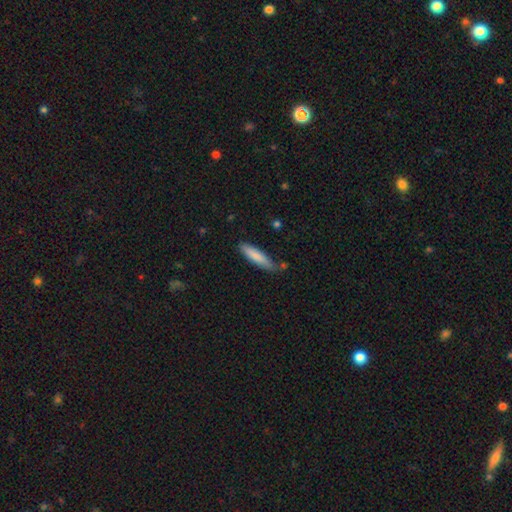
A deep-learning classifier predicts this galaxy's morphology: Smooth or featured? smooth (81%)
How rounded? cigar-shaped (77%)
Merging? none (71%)